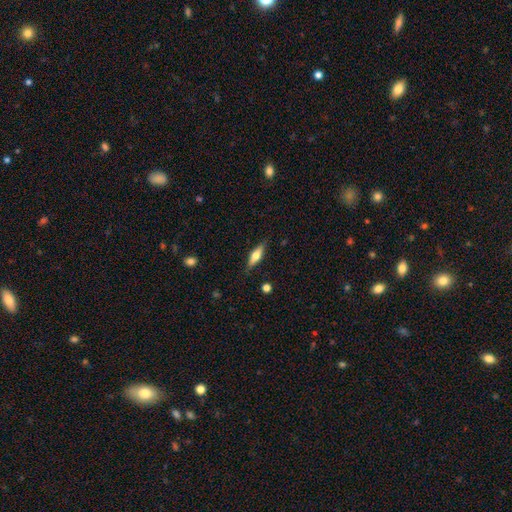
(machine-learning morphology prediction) smooth_or_featured: smooth (p=0.50) [alt: featured or disk p=0.44]
how_rounded: cigar-shaped (p=0.54) [alt: in between p=0.44]
merging: none (p=0.85) [alt: minor disturbance p=0.11]